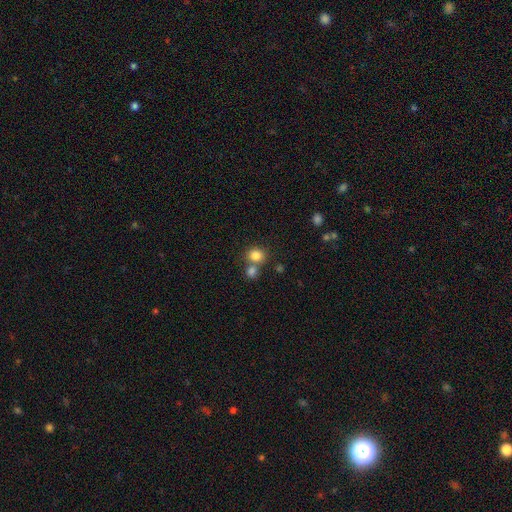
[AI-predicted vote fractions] Smooth or featured?
  - smooth: 82% *
  - star or artifact: 11%
  - featured or disk: 6%
How rounded?
  - round: 80% *
  - in between: 19%
  - cigar-shaped: 1%
Merging?
  - none: 58% *
  - merger: 31%
  - minor disturbance: 8%
  - major disturbance: 3%